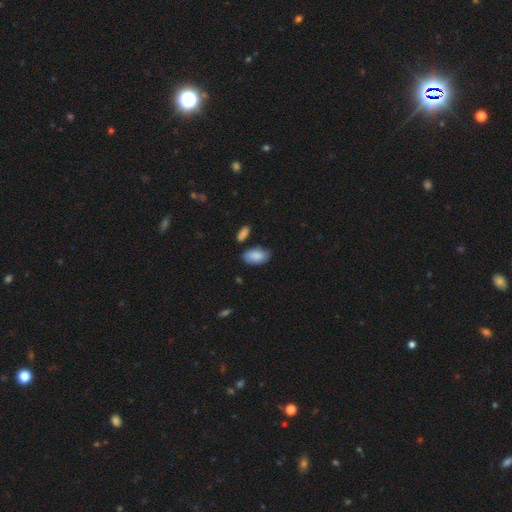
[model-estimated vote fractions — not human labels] Smooth or featured: smooth — 88% (featured or disk — 7%)
How rounded: in between — 95% (round — 3%)
Merging: none — 75% (minor disturbance — 16%)